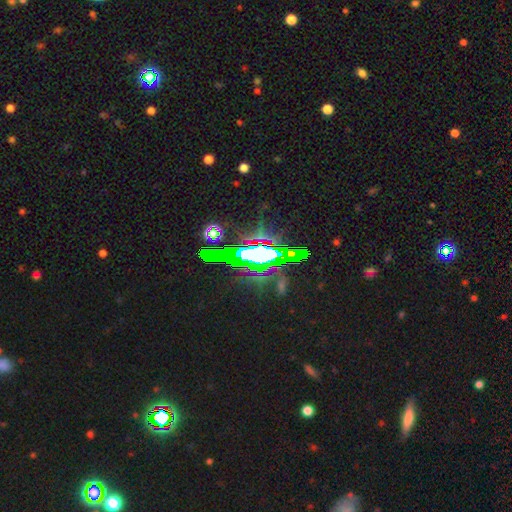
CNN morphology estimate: Overall: star or artifact (61%; featured or disk 25%).